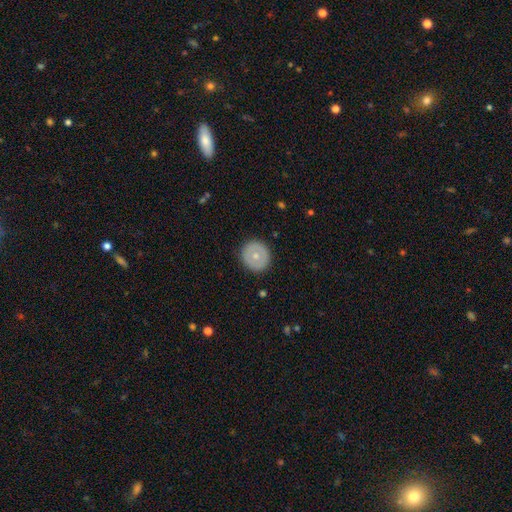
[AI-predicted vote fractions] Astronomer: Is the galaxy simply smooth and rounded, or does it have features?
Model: smooth — 60%.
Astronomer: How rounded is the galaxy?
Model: round — 91%.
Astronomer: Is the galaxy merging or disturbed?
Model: none — 90%.